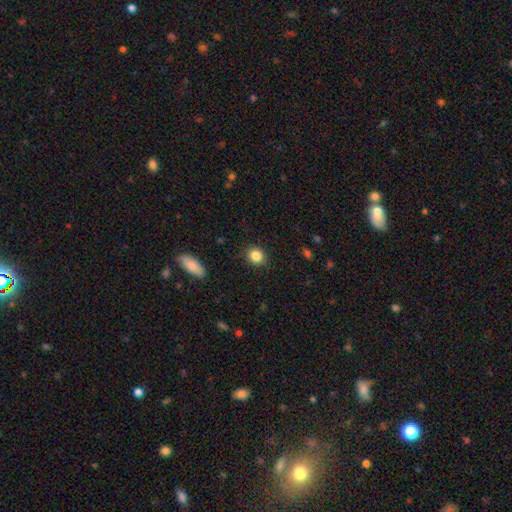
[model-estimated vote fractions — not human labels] smooth 85%, star or artifact 10%, featured or disk 5%. Down the decision tree: how rounded — round (80%); merging — none (89%).